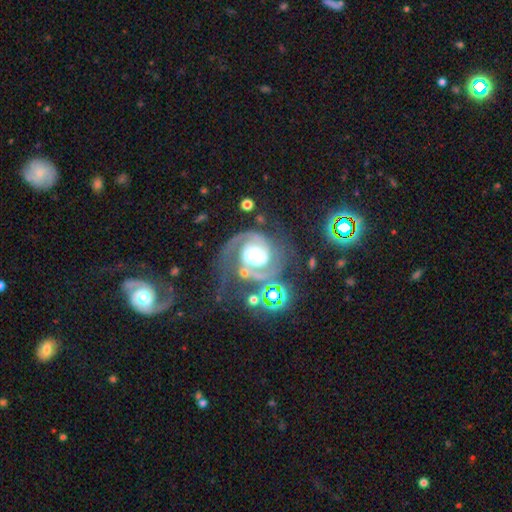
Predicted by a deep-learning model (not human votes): Morphology: type=featured or disk (84%); edge-on=no (98%); bar=no (50%); spiral arms=yes (96%); winding=medium (47%); arm count=2 (76%); bulge=large (47%); merging=none (46%).